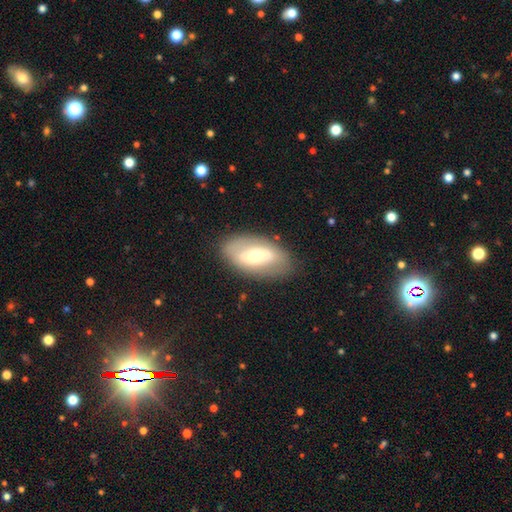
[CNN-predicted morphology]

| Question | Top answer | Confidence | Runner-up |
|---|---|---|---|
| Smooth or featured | featured or disk | 54% | smooth (39%) |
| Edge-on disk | no | 90% | yes (10%) |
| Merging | none | 83% | minor disturbance (12%) |